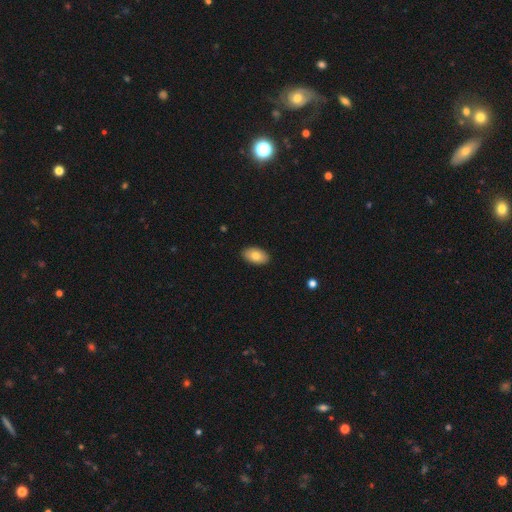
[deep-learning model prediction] Morphology: type=smooth (81%); roundness=in between (94%); merging=none (90%).